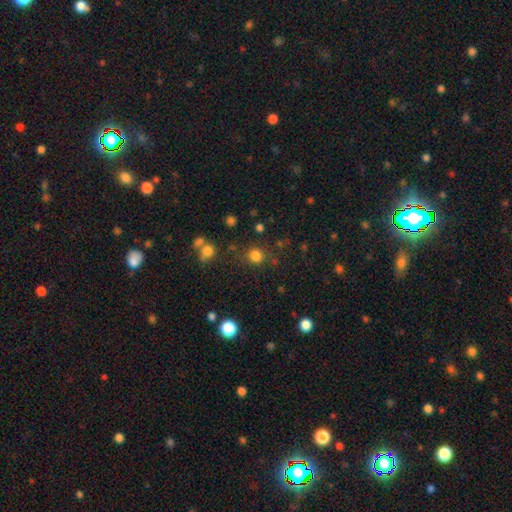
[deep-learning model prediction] smooth 79%, star or artifact 16%, featured or disk 5%. Down the decision tree: how rounded — round (87%); merging — none (78%).